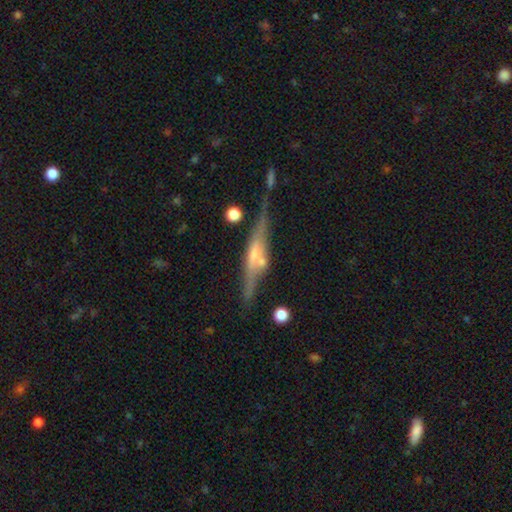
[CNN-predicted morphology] featured or disk 72%, smooth 21%, star or artifact 7%. Down the decision tree: edge-on disk — yes (92%); edge-on bulge — rounded (64%); merging — none (66%).